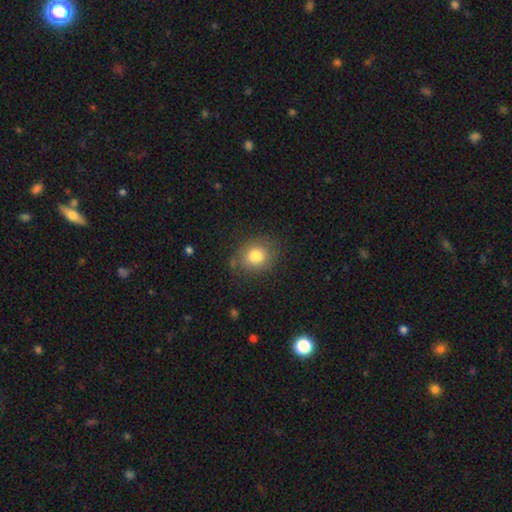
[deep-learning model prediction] Smooth or featured? Predicted: smooth (p=0.80). How rounded? Predicted: round (p=0.64). Merging? Predicted: none (p=0.75).